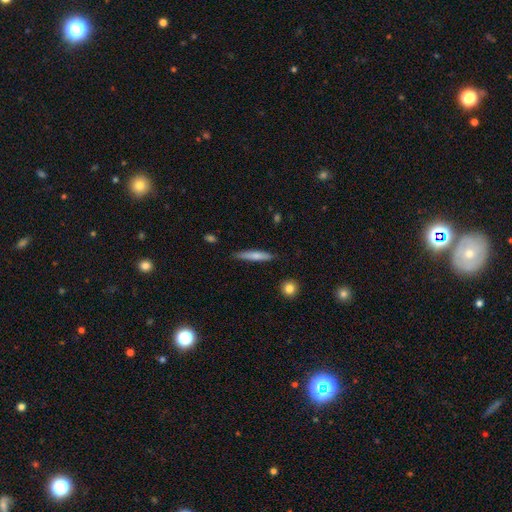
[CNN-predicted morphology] This is likely a smooth galaxy (69%). How rounded: clearly cigar-shaped (91%). Merging: clearly none (83%).